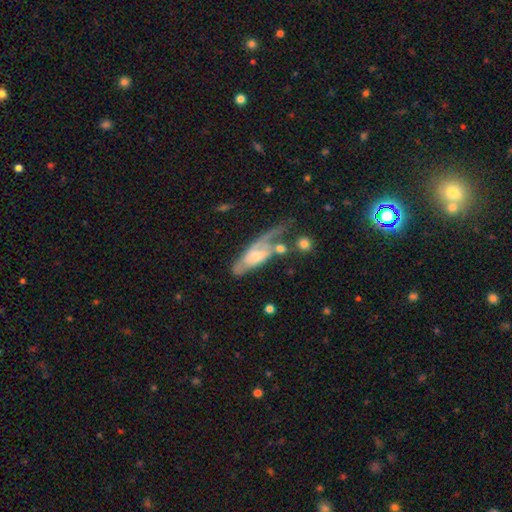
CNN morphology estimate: Smooth or featured?
  - featured or disk: 65% *
  - smooth: 28%
  - star or artifact: 6%
Edge-on disk?
  - no: 80% *
  - yes: 20%
Bar?
  - no: 66% *
  - weak: 27%
  - strong: 7%
Spiral arms?
  - yes: 73% *
  - no: 27%
Bulge size?
  - moderate: 51% *
  - small: 40%
  - large: 5%
  - none: 3%
  - dominant: 1%
Merging?
  - major disturbance: 31% *
  - none: 29%
  - minor disturbance: 21%
  - merger: 18%